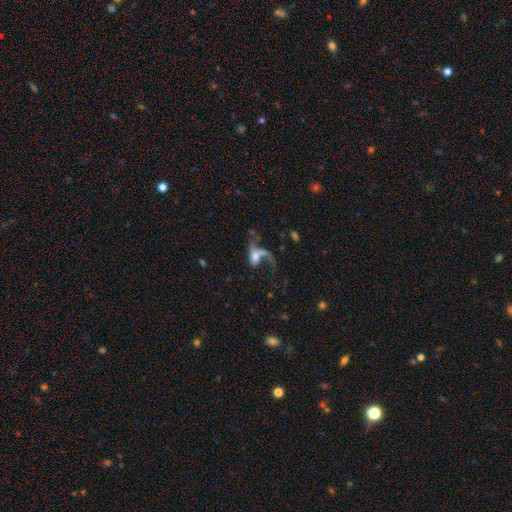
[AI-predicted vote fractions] This is possibly a featured or disk galaxy (53%). It is clearly not viewed edge-on (92%). Merging: marginally major disturbance (43%).